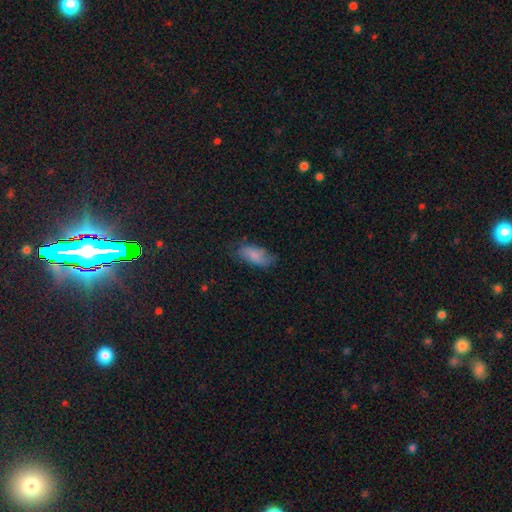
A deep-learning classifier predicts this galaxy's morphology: smooth-or-featured: smooth: 75% | featured or disk: 18% | star or artifact: 8%
  how-rounded: in between: 86% | cigar-shaped: 11% | round: 2%
  merging: none: 59% | minor disturbance: 28% | major disturbance: 11% | merger: 2%